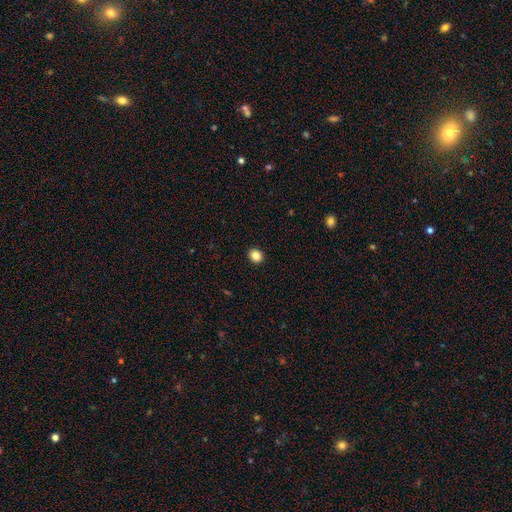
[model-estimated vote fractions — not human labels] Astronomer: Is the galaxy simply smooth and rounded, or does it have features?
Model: smooth — 87%.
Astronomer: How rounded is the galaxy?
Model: round — 72%.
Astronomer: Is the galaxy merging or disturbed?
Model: none — 92%.